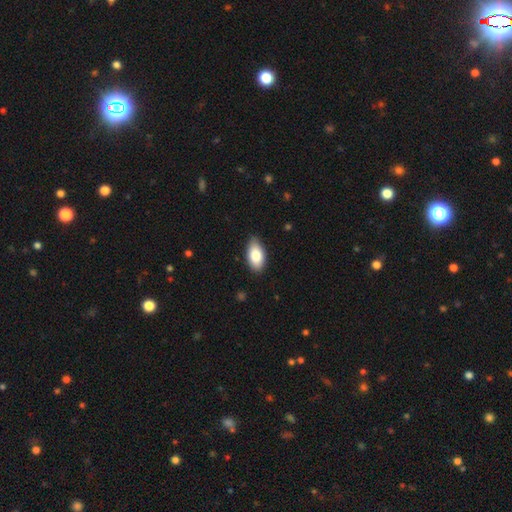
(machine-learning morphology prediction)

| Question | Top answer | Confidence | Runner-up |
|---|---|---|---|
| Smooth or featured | smooth | 84% | featured or disk (10%) |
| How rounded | in between | 94% | cigar-shaped (3%) |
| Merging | none | 82% | minor disturbance (14%) |